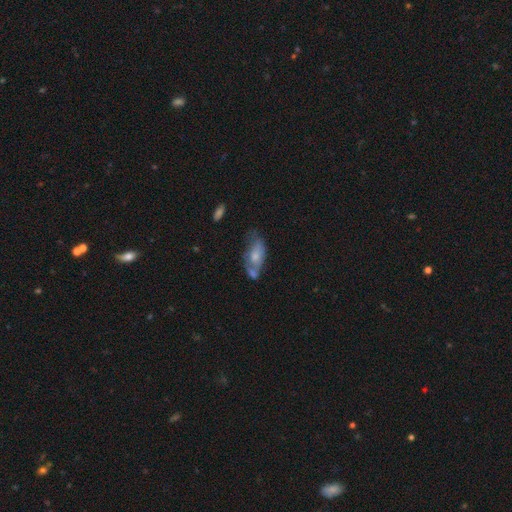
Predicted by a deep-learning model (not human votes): This is possibly a smooth galaxy (55%). How rounded: clearly in between (87%). Merging: marginally merger (29%).